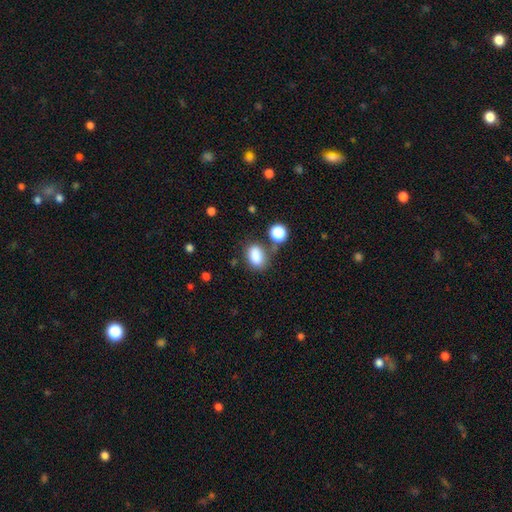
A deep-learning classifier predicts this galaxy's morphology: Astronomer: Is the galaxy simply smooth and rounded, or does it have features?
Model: smooth — 85%.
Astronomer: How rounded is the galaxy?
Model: in between — 82%.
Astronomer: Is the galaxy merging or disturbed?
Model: none — 64%.